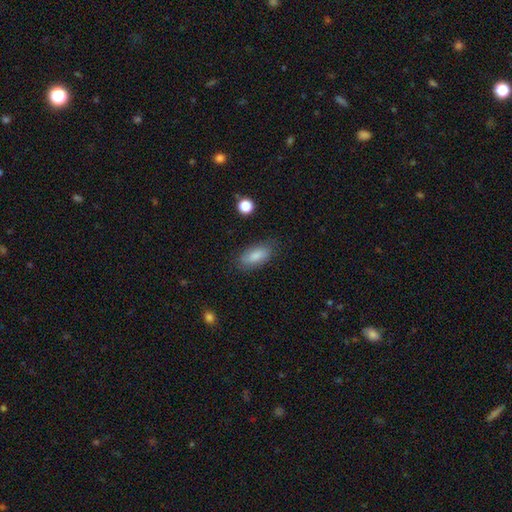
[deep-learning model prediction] Smooth or featured: smooth — 85% (featured or disk — 8%)
How rounded: in between — 85% (cigar-shaped — 12%)
Merging: none — 80% (minor disturbance — 15%)